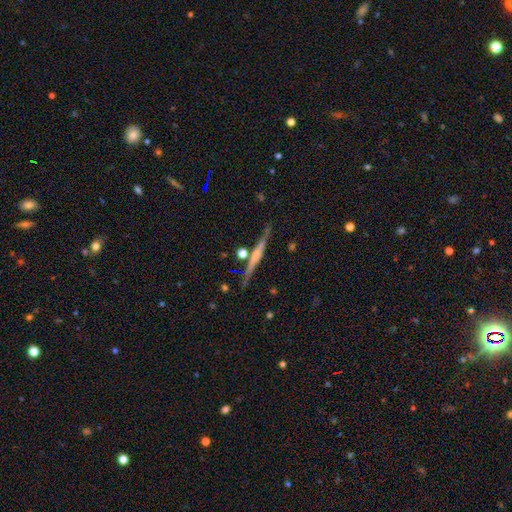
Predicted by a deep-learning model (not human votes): The model was most divided on "edge-on bulge": none: 44%, rounded: 37%, boxy: 20%. More confident: edge-on disk — yes (97%); merging — none (82%); smooth or featured — featured or disk (65%).